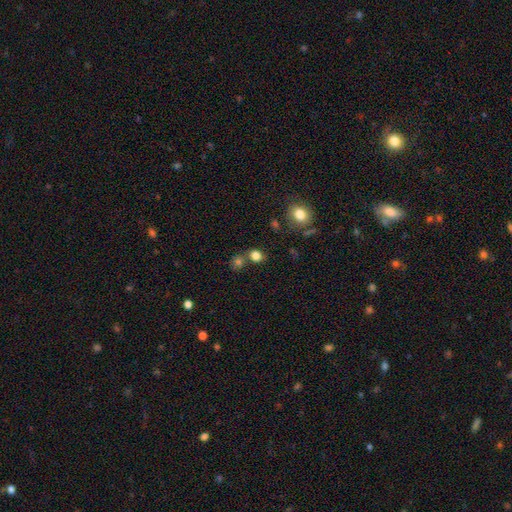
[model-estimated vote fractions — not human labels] Smooth or featured: smooth — 80% (star or artifact — 14%)
How rounded: round — 67% (in between — 32%)
Merging: none — 63% (merger — 23%)